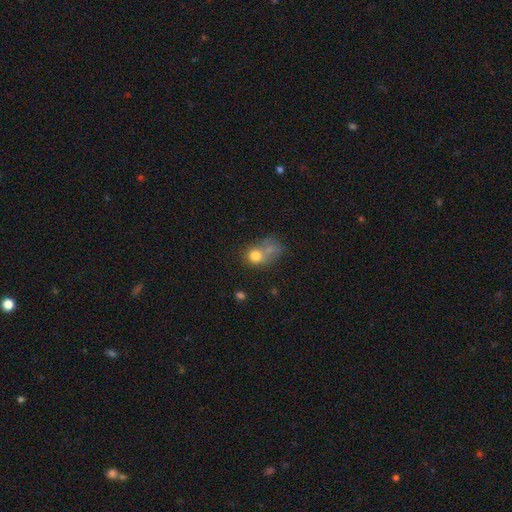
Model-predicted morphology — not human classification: This appears to be a smooth galaxy with no disk features (72%) that is round (59%). Merging: merger (46%).